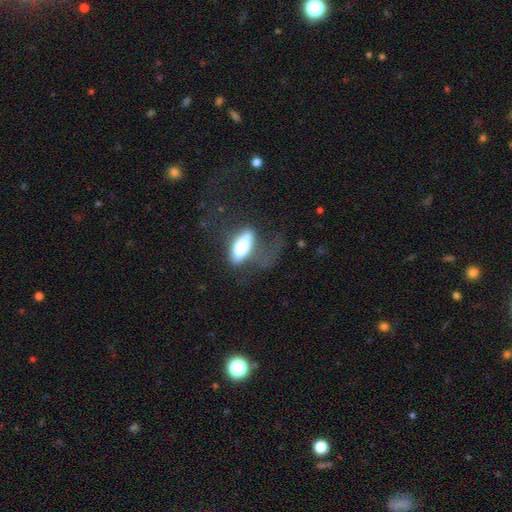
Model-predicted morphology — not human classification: This is marginally a smooth galaxy (44%). Merging: possibly major disturbance (48%).